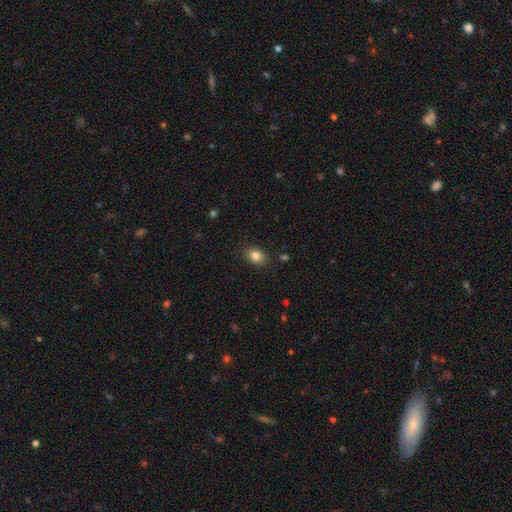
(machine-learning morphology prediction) smooth 83%, star or artifact 10%, featured or disk 7%. Down the decision tree: how rounded — in between (72%); merging — none (87%).